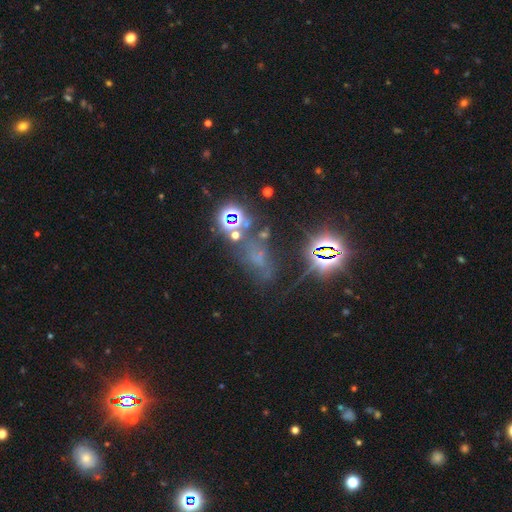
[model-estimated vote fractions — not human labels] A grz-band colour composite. It shows a star or artifact, not a galaxy (60%).